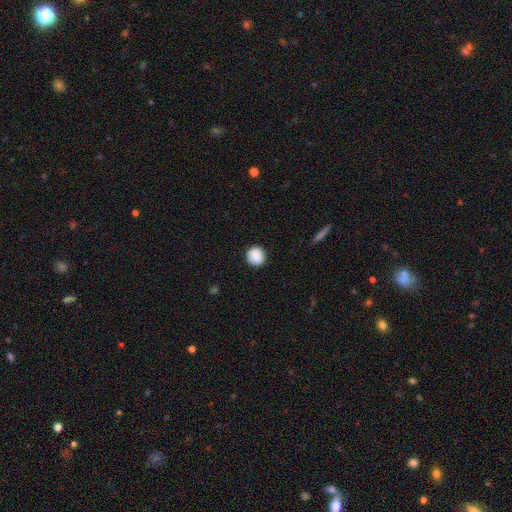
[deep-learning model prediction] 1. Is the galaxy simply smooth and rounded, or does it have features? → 89% smooth, 8% star or artifact, 3% featured or disk.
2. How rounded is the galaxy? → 90% round, 9% in between, 1% cigar-shaped.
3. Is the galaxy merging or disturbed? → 90% none, 7% minor disturbance, 2% major disturbance, 1% merger.